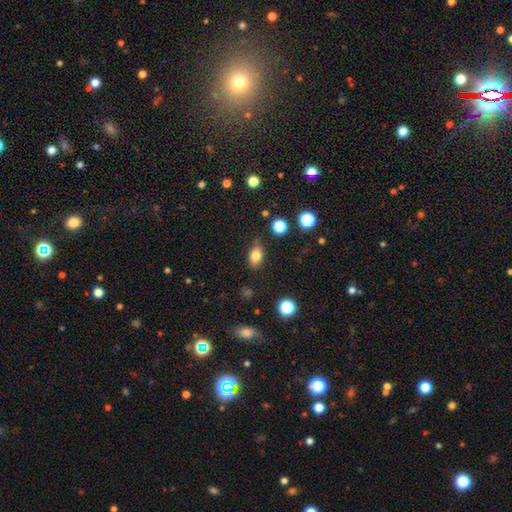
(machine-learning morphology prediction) Smooth or featured? Predicted: smooth (p=0.80). How rounded? Predicted: in between (p=0.80). Merging? Predicted: none (p=0.77).